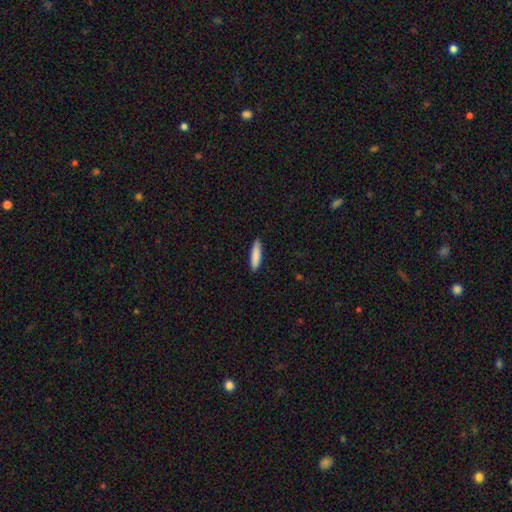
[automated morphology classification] This appears to be a smooth galaxy with no disk features (87%) that is cigar-shaped (72%). Merging: none (89%).